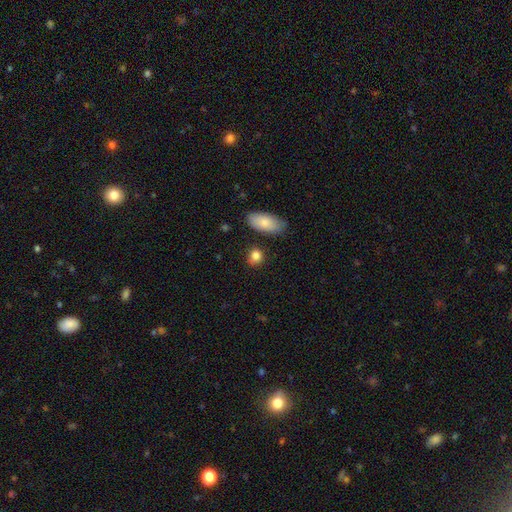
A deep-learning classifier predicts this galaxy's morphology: smooth-or-featured: smooth: 86% | star or artifact: 8% | featured or disk: 6%
  how-rounded: round: 65% | in between: 32% | cigar-shaped: 3%
  merging: none: 81% | minor disturbance: 12% | merger: 4% | major disturbance: 3%